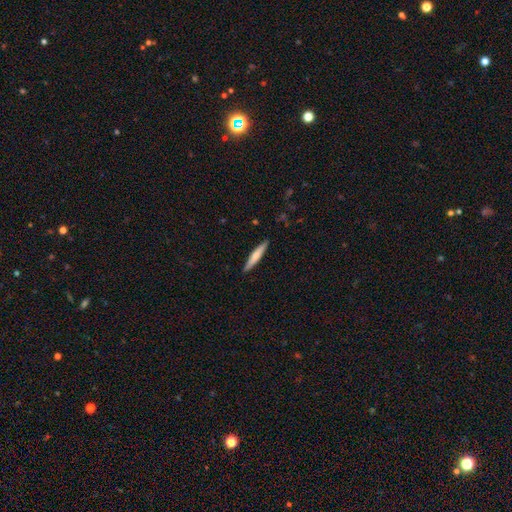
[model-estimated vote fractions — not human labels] Smooth or featured? smooth (58%)
How rounded? cigar-shaped (91%)
Merging? none (90%)